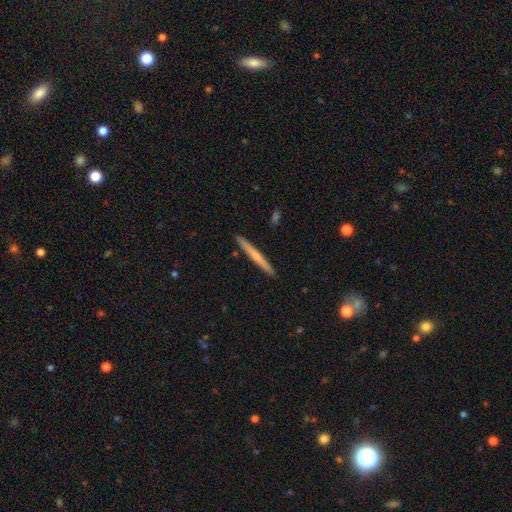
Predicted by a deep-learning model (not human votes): This appears to be a smooth galaxy with no disk features (48%). Merging: none (92%).